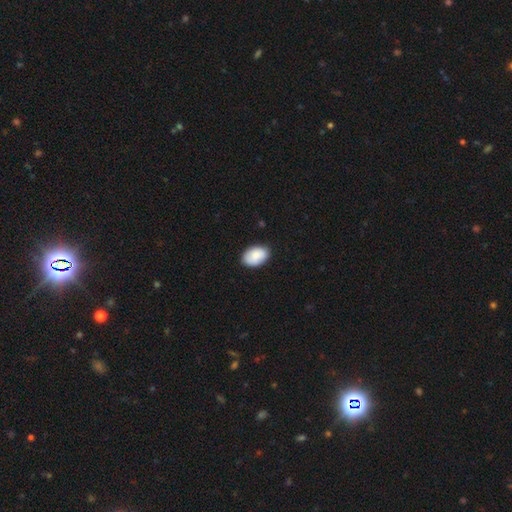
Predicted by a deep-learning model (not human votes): Q: Smooth or featured?
A: smooth (87%); runner-up: featured or disk (7%)
Q: How rounded?
A: in between (89%); runner-up: round (10%)
Q: Merging?
A: none (84%); runner-up: minor disturbance (12%)